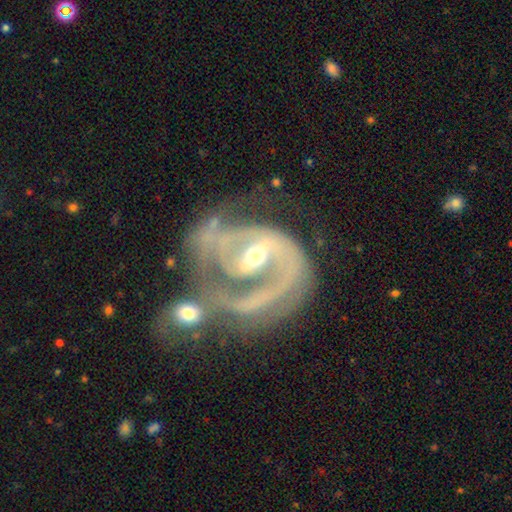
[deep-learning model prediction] The model was most divided on "spiral winding": medium: 42%, tight: 40%, loose: 17%. Remaining: edge-on disk — no (97%); spiral arms — yes (91%); smooth or featured — featured or disk (89%); spiral arm count — 2 (57%); bulge size — moderate (55%); bar — strong (43%); merging — merger (35%).